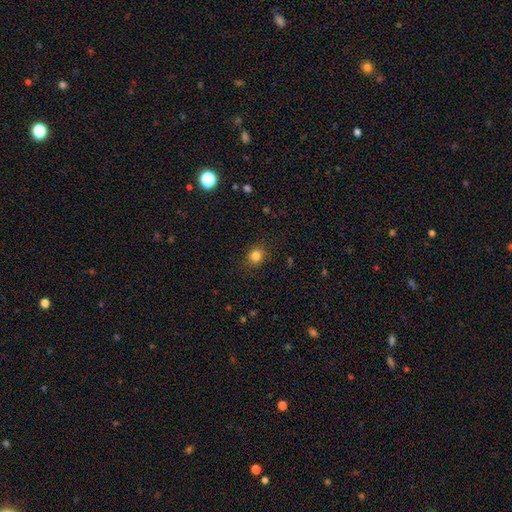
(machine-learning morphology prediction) type=smooth (83%); roundness=round (69%); merging=none (88%).